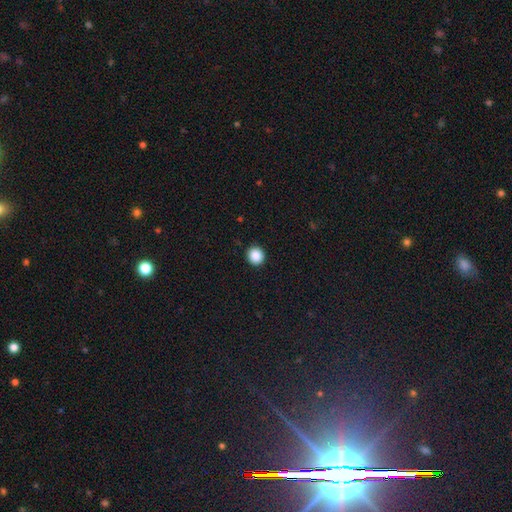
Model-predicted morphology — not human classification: The model was most divided on "smooth or featured": smooth: 88%, star or artifact: 9%, featured or disk: 3%. More confident: how rounded — round (93%); merging — none (93%).